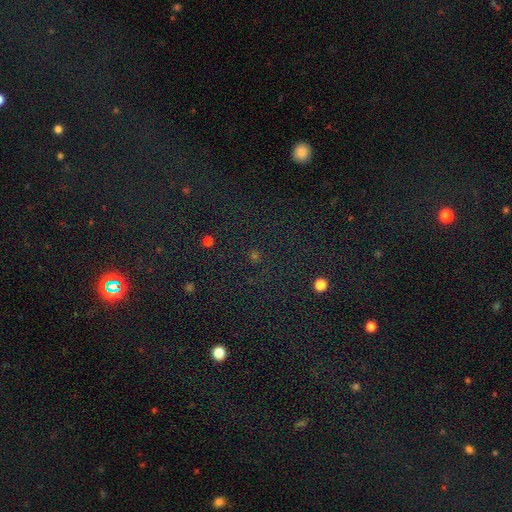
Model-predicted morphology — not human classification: smooth-or-featured: star or artifact: 74% | smooth: 17% | featured or disk: 9%